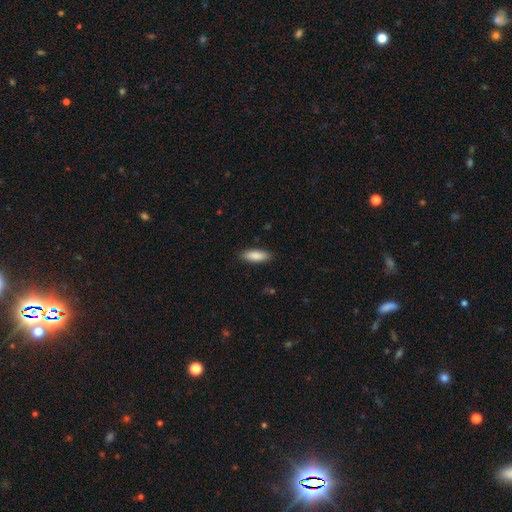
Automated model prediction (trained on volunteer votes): Smooth or featured?
  - smooth: 87% *
  - featured or disk: 8%
  - star or artifact: 6%
How rounded?
  - in between: 63% *
  - cigar-shaped: 35%
  - round: 2%
Merging?
  - none: 88% *
  - minor disturbance: 9%
  - major disturbance: 2%
  - merger: 1%